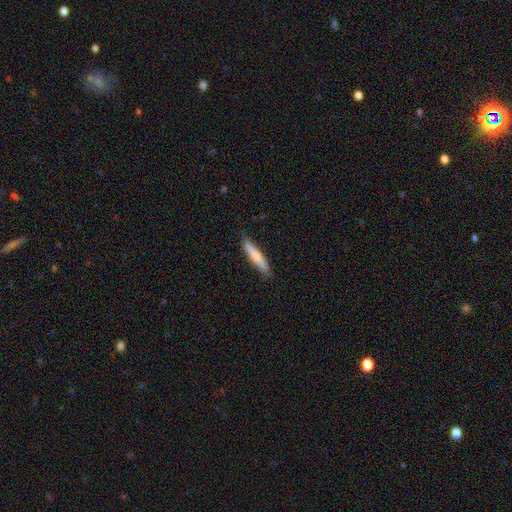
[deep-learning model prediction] Smooth or featured? smooth (72%)
How rounded? cigar-shaped (91%)
Merging? none (85%)